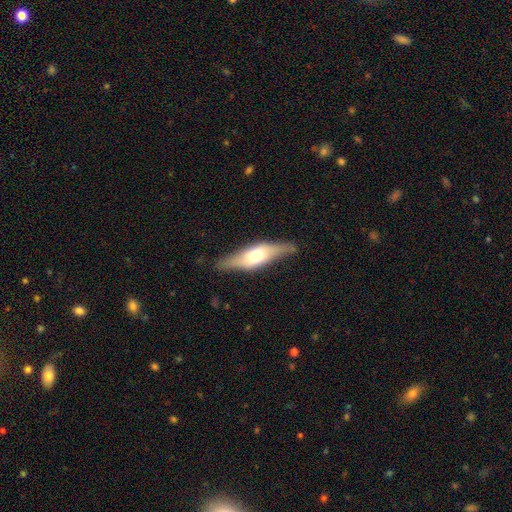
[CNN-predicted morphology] Smooth or featured: featured or disk — 55% (smooth — 39%)
Edge-on disk: yes — 83% (no — 17%)
Merging: none — 78% (minor disturbance — 16%)